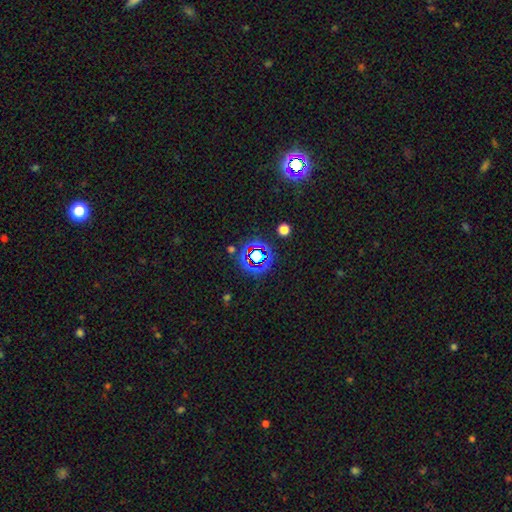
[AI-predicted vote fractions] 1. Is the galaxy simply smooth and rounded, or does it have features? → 69% star or artifact, 20% smooth, 11% featured or disk.